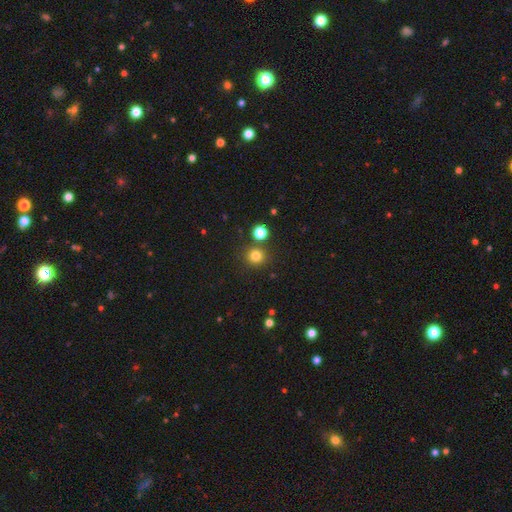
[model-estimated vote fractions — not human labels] A smooth galaxy with no disk features (80%) that is round (92%).

Vote fractions:
- Smooth or featured? smooth: 80% / star or artifact: 15% / featured or disk: 5%
- How rounded? round: 92% / in between: 7% / cigar-shaped: 1%
- Merging? none: 82% / merger: 9% / minor disturbance: 7% / major disturbance: 3%